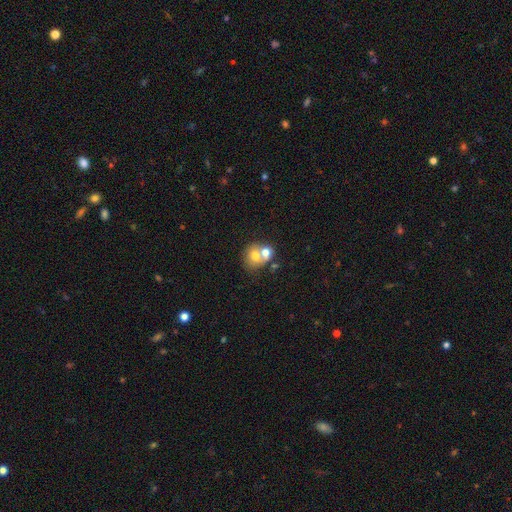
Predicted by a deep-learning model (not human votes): The model was most divided on "merging": merger: 59%, none: 30%, minor disturbance: 8%, major disturbance: 4%. More confident: how rounded — round (67%); smooth or featured — smooth (66%).